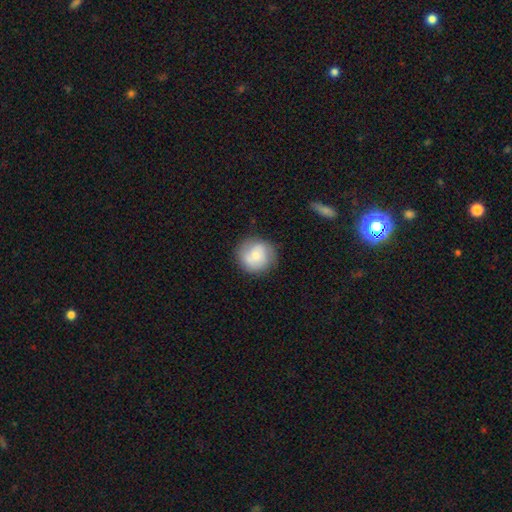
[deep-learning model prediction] smooth_or_featured: smooth (p=0.60) [alt: featured or disk p=0.32]
how_rounded: round (p=0.91) [alt: in between p=0.08]
merging: none (p=0.78) [alt: minor disturbance p=0.15]